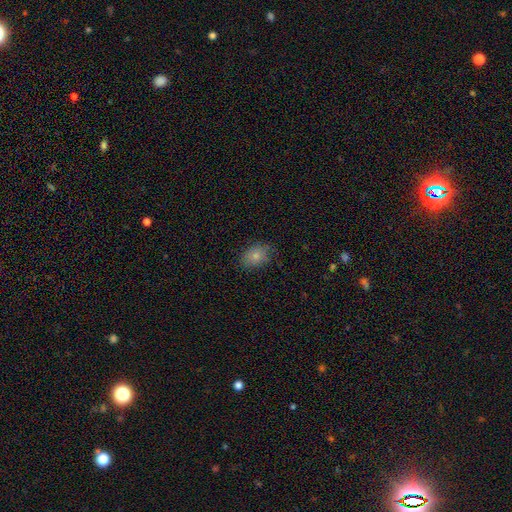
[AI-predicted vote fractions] Morphology: type=smooth (81%); roundness=in between (77%); merging=none (72%).